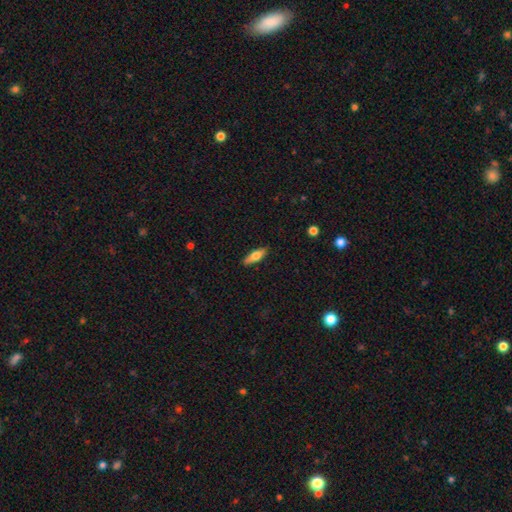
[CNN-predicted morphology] The model was most divided on "how rounded": in between: 52%, cigar-shaped: 46%, round: 3%. More confident: merging — none (87%); smooth or featured — smooth (64%).